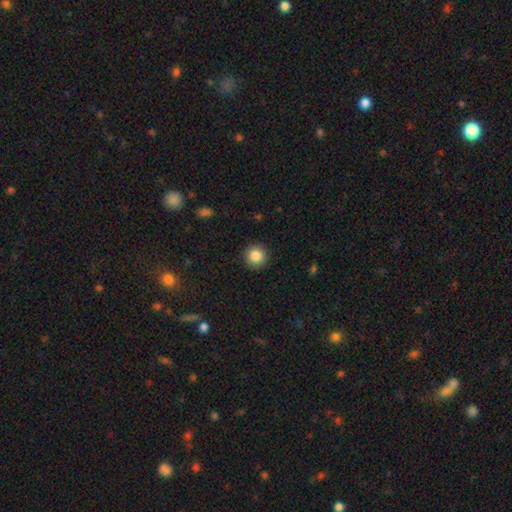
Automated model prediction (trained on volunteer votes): Overall: smooth (86%). How rounded: round (94%). Merging: none (91%).